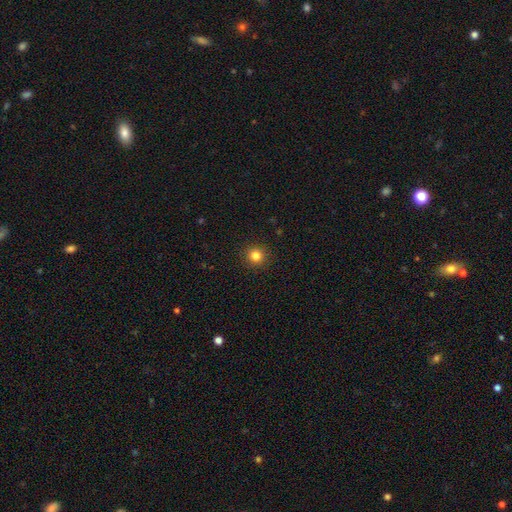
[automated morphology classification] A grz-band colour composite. It shows a smooth galaxy with no disk features (83%) that is round (93%). Merging: none (92%).